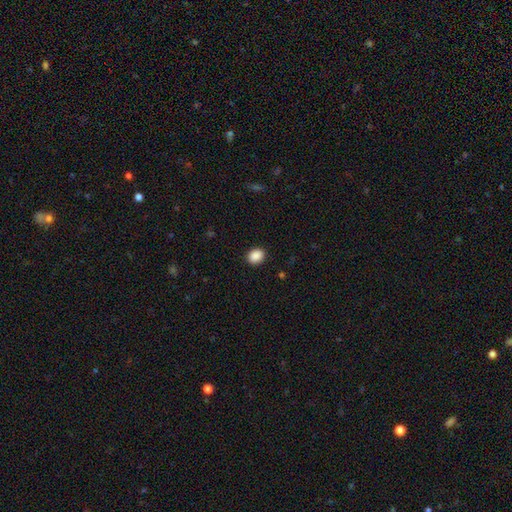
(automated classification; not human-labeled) smooth_or_featured: smooth (p=0.90) [alt: star or artifact p=0.08]
how_rounded: in between (p=0.52) [alt: round p=0.47]
merging: none (p=0.90) [alt: minor disturbance p=0.07]